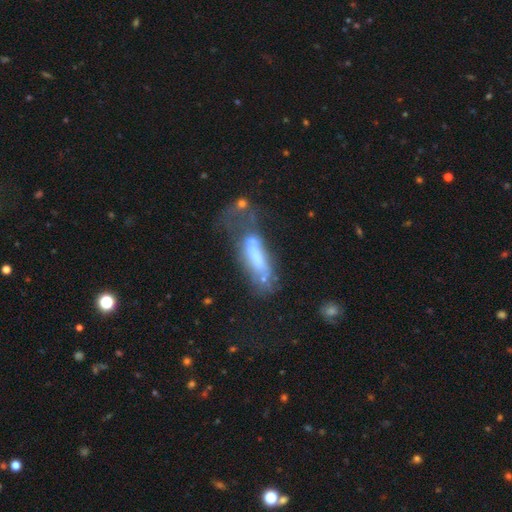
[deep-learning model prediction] Smooth or featured? Predicted: featured or disk (p=0.45). Merging? Predicted: major disturbance (p=0.39).